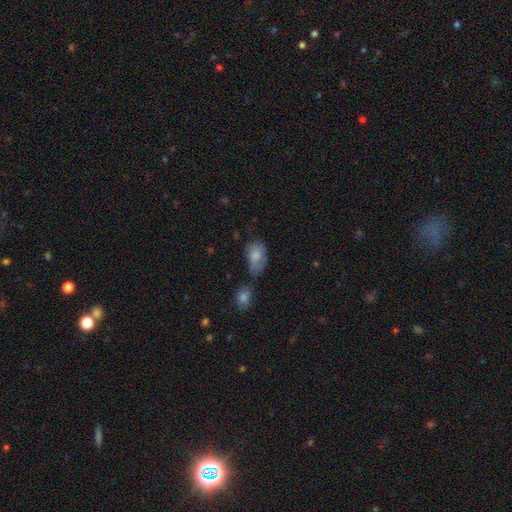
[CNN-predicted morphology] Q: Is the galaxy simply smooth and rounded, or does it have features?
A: smooth — 77%.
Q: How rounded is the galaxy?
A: in between — 88%.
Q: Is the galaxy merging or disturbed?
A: none — 30%, tied with minor disturbance.